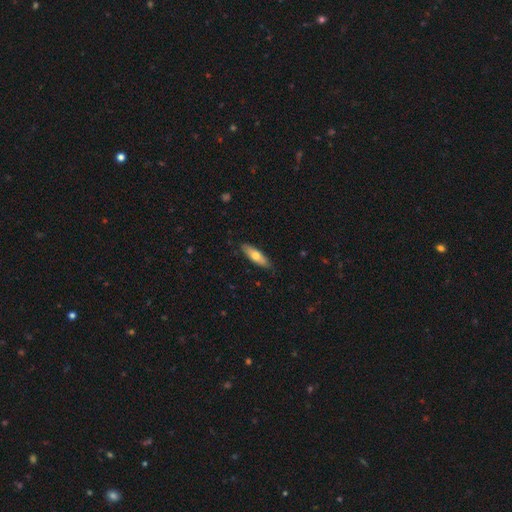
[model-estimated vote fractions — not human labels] Overall: smooth (63%; featured or disk 31%). How rounded: cigar-shaped (51%; in between 47%). Merging: none (86%).